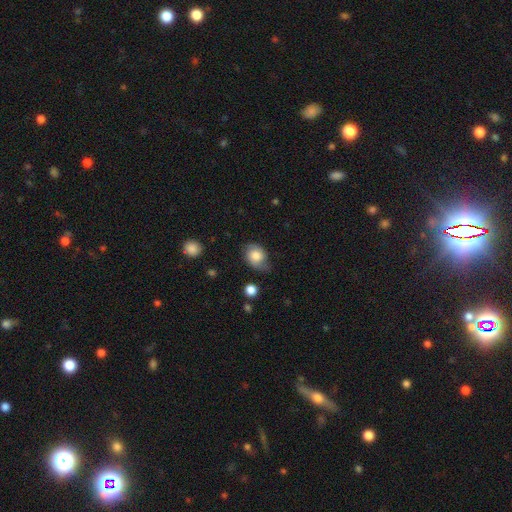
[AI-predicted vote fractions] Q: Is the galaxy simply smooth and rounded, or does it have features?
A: smooth — 68%.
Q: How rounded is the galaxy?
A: in between — 58%.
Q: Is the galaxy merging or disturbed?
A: none — 54%.